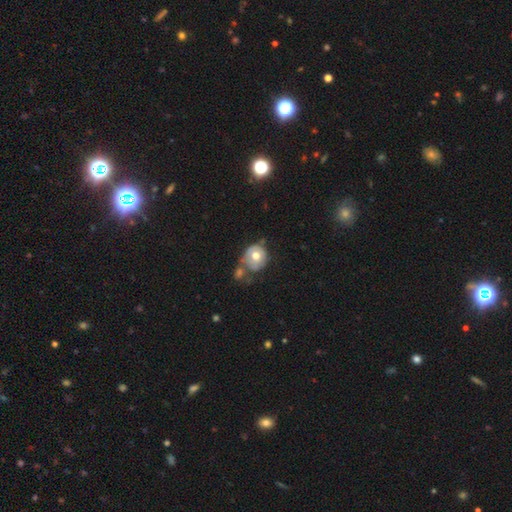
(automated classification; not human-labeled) Morphology: type=smooth (60%); roundness=round (76%); merging=none (37%).